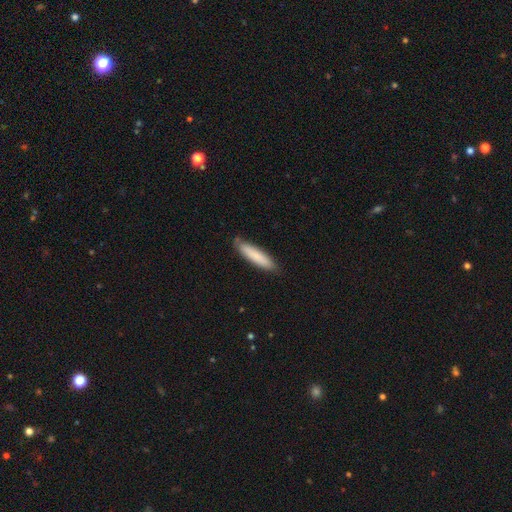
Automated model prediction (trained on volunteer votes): The model was most divided on "how rounded": cigar-shaped: 82%, in between: 17%, round: 1%. More confident: smooth or featured — smooth (82%); merging — none (82%).